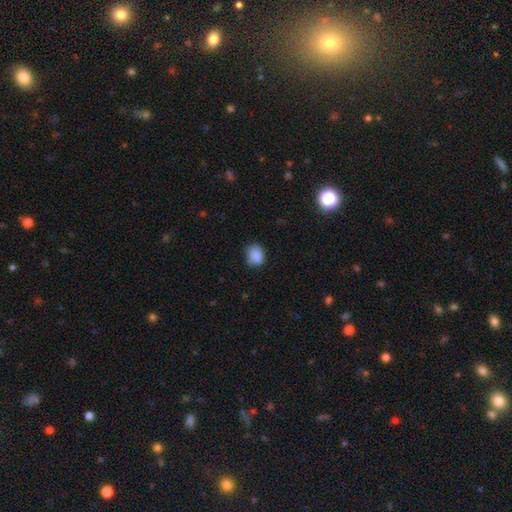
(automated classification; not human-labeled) smooth_or_featured: smooth (p=0.86) [alt: star or artifact p=0.09]
how_rounded: round (p=0.51) [alt: in between p=0.48]
merging: none (p=0.63) [alt: minor disturbance p=0.29]